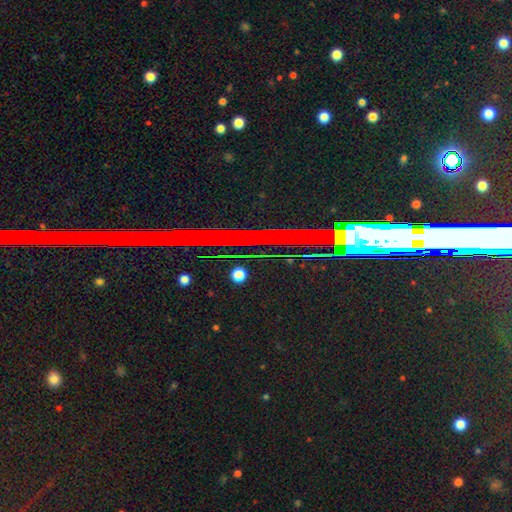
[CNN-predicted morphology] smooth-or-featured: star or artifact: 83% | featured or disk: 9% | smooth: 8%